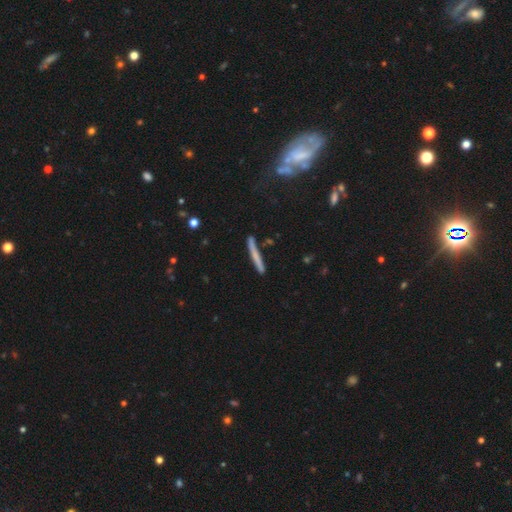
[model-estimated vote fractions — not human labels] The model was most divided on "smooth or featured": smooth: 62%, featured or disk: 31%, star or artifact: 7%. More confident: how rounded — cigar-shaped (96%); merging — none (83%).